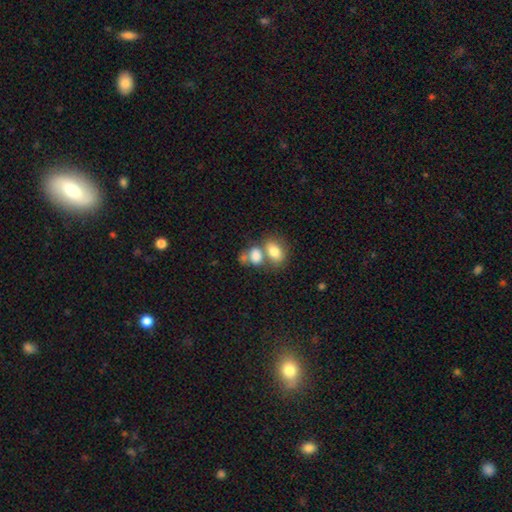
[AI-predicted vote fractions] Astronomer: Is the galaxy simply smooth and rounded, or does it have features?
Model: smooth — 79%.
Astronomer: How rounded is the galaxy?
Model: in between — 79%.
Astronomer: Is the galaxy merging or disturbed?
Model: merger — 56%.